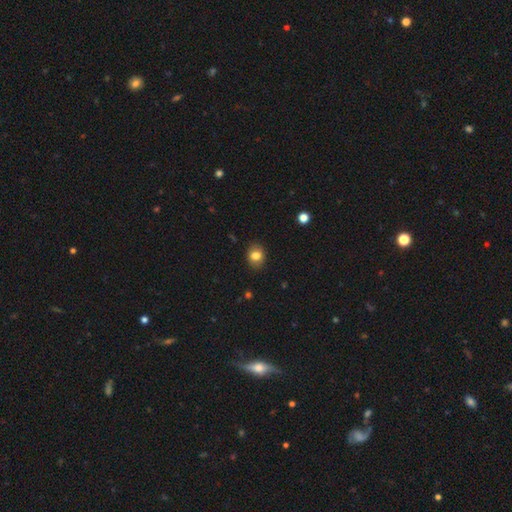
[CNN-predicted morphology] type=smooth (81%); roundness=round (51%); merging=none (86%).